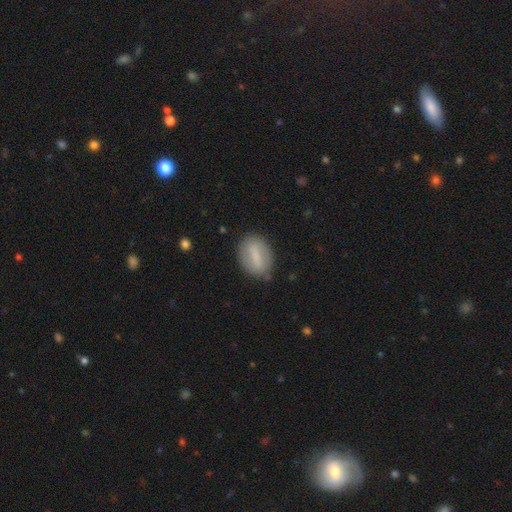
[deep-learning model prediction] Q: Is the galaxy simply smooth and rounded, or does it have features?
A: smooth — 59%.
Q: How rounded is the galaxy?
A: in between — 77%.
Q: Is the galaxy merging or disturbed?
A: none — 81%.